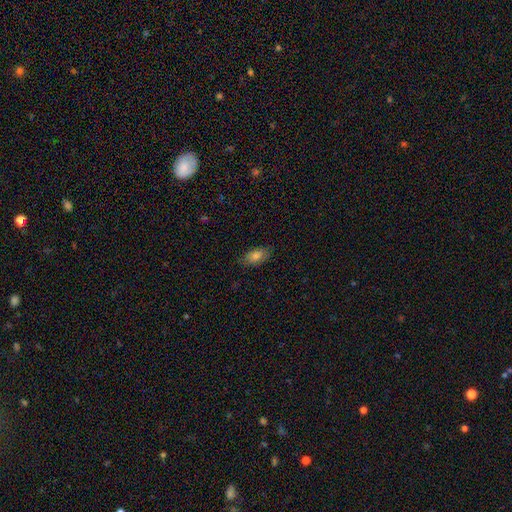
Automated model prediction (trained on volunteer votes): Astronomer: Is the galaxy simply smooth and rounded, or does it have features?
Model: smooth — 78%.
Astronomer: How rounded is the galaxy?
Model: in between — 89%.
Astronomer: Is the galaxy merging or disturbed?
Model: none — 83%.